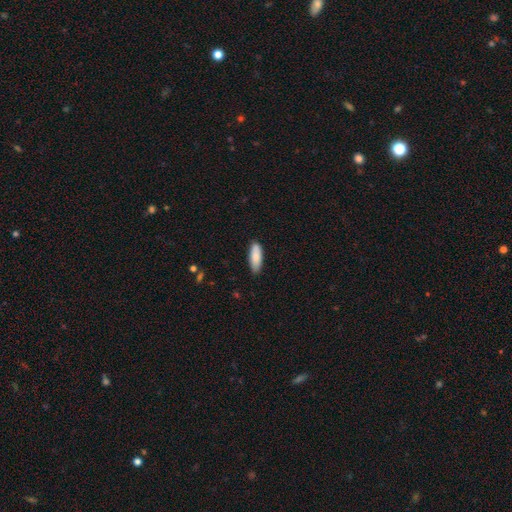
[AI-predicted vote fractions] A smooth galaxy with no disk features (88%) that is in between round and cigar-shaped (63%).

Vote fractions:
- Smooth or featured? smooth: 88% / featured or disk: 7% / star or artifact: 6%
- How rounded? in between: 63% / cigar-shaped: 36% / round: 2%
- Merging? none: 86% / minor disturbance: 11% / major disturbance: 2% / merger: 1%